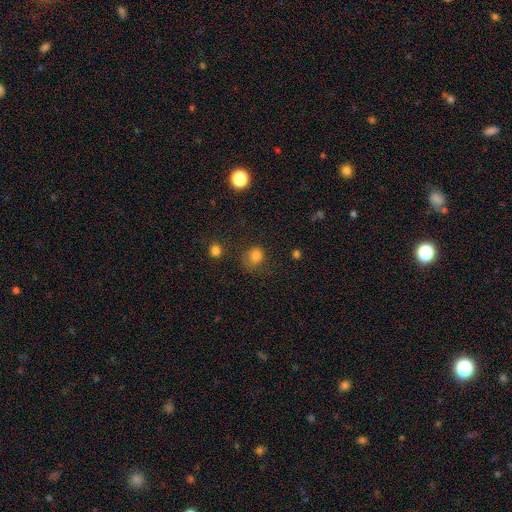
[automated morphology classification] Q: Smooth or featured?
A: smooth (79%); runner-up: star or artifact (14%)
Q: How rounded?
A: round (63%); runner-up: in between (36%)
Q: Merging?
A: none (53%); runner-up: minor disturbance (26%)